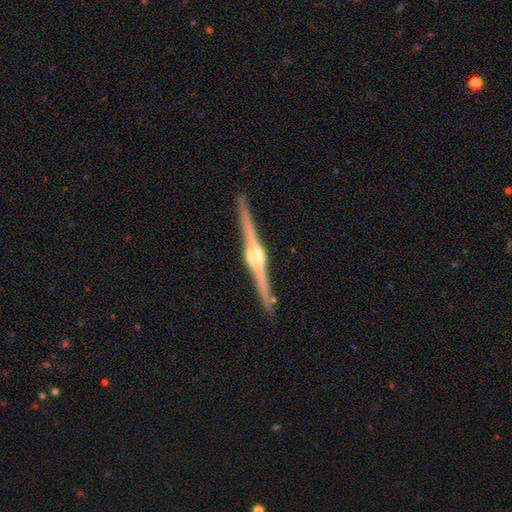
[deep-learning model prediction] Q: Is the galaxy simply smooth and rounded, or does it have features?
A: featured or disk — 89%.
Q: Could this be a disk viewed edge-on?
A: yes — 99%.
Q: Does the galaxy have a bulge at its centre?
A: rounded — 86%.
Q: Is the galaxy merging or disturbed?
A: none — 90%.